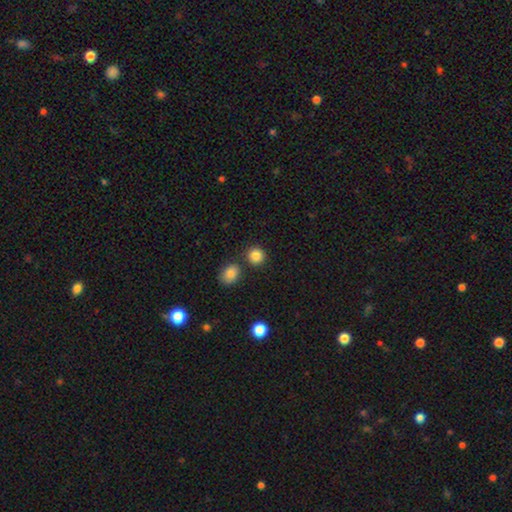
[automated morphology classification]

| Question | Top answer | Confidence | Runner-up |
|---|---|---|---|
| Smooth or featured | smooth | 86% | star or artifact (10%) |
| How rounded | round | 89% | in between (10%) |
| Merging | none | 79% | merger (10%) |